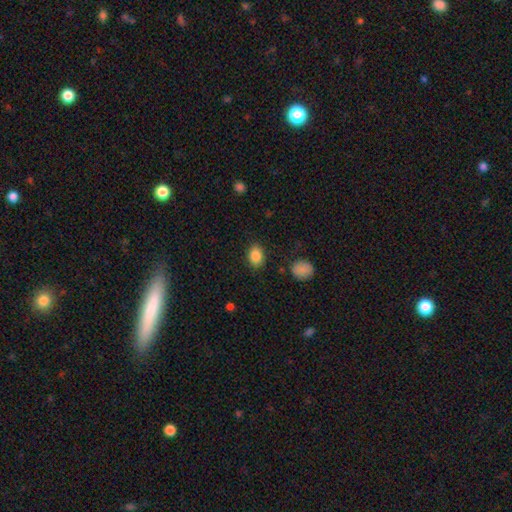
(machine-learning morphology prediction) Smooth or featured? smooth (86%)
How rounded? in between (69%)
Merging? none (85%)